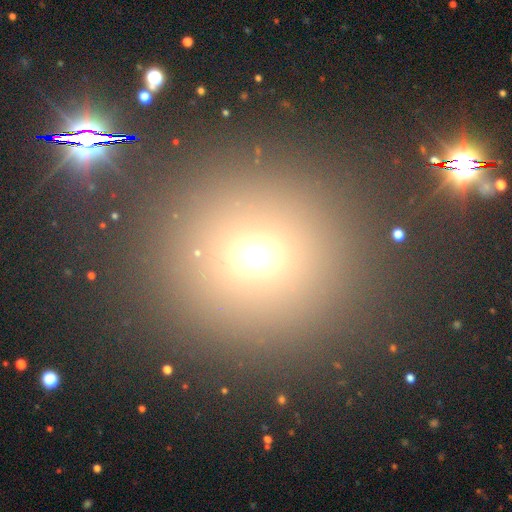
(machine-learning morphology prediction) Smooth or featured? smooth (61%)
How rounded? round (90%)
Merging? none (83%)